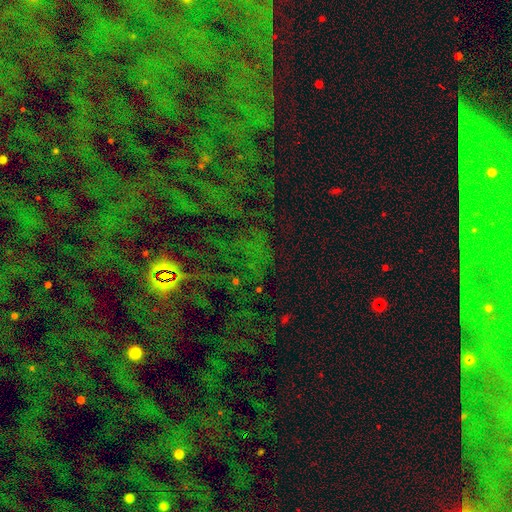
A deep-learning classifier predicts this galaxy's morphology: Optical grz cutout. It shows a star or artifact, not a galaxy (78%).